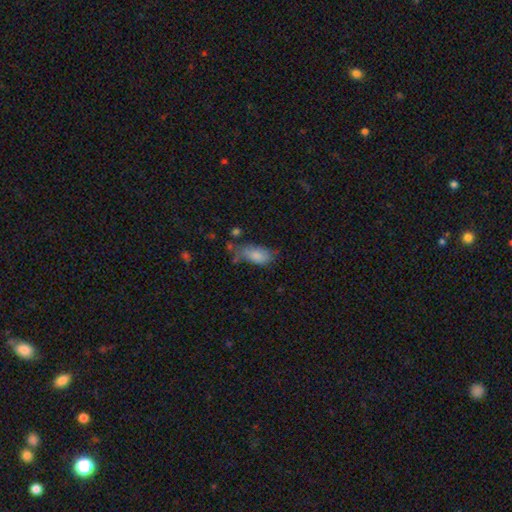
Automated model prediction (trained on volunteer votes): Smooth or featured: smooth — 79% (featured or disk — 12%)
How rounded: in between — 90% (cigar-shaped — 6%)
Merging: none — 45% (minor disturbance — 32%)